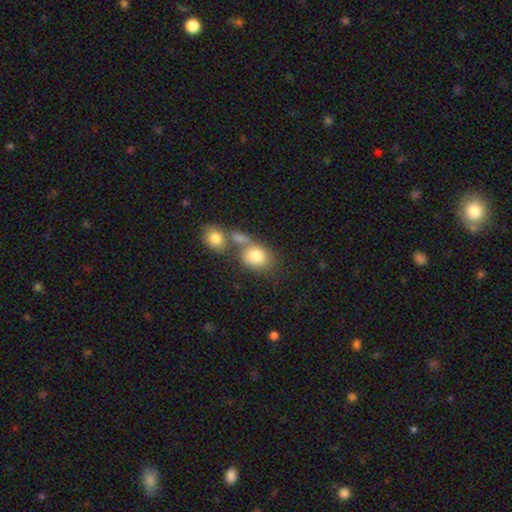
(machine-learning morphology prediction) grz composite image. It shows a smooth galaxy with no disk features (79%) that is in between round and cigar-shaped (51%). Merging: none (42%).